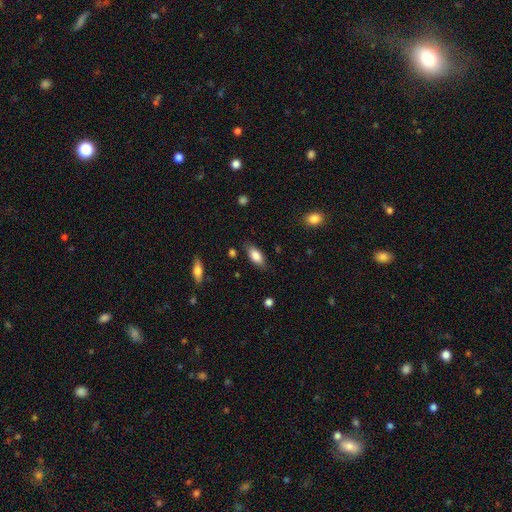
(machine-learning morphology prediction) smooth-or-featured: smooth: 81% | featured or disk: 12% | star or artifact: 7%
  how-rounded: in between: 84% | cigar-shaped: 13% | round: 3%
  merging: none: 82% | minor disturbance: 13% | major disturbance: 3% | merger: 2%